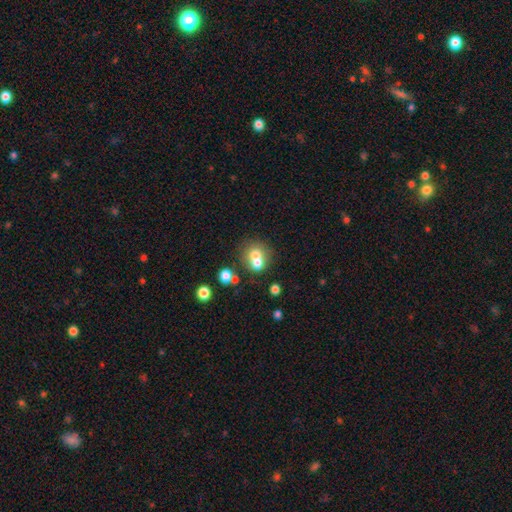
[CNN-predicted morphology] smooth-or-featured: smooth: 65% | featured or disk: 23% | star or artifact: 12%
  how-rounded: round: 69% | in between: 30% | cigar-shaped: 1%
  merging: merger: 59% | none: 30% | minor disturbance: 7% | major disturbance: 4%